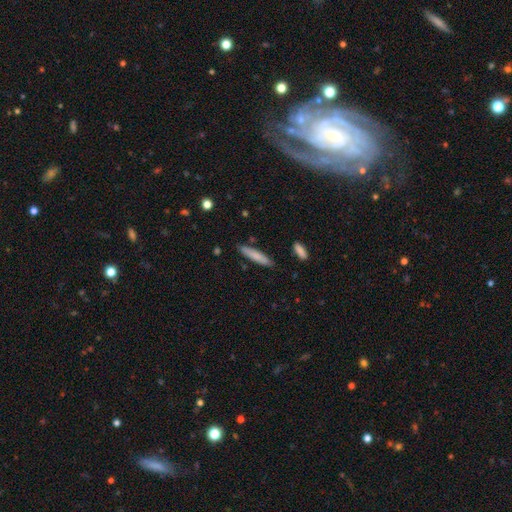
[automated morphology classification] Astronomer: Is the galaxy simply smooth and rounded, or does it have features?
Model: smooth — 77%.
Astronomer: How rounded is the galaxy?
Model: cigar-shaped — 88%.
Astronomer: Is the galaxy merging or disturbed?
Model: none — 86%.